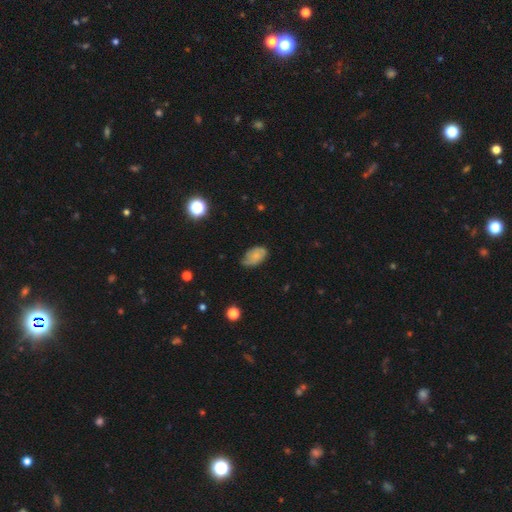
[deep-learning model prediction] Morphology: type=smooth (62%); roundness=in between (91%); merging=none (53%).